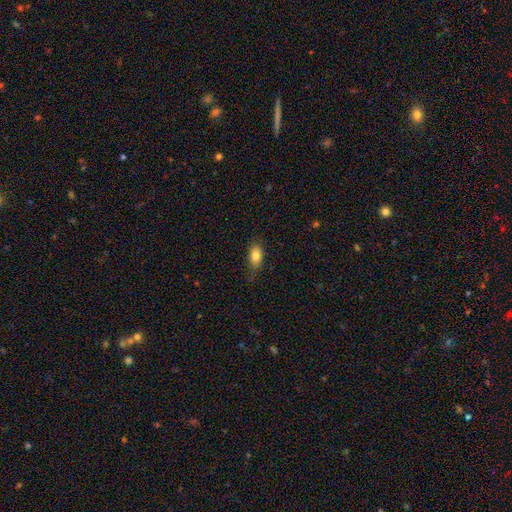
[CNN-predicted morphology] Smooth or featured: smooth — 82% (featured or disk — 10%)
How rounded: in between — 86% (round — 9%)
Merging: none — 69% (minor disturbance — 23%)